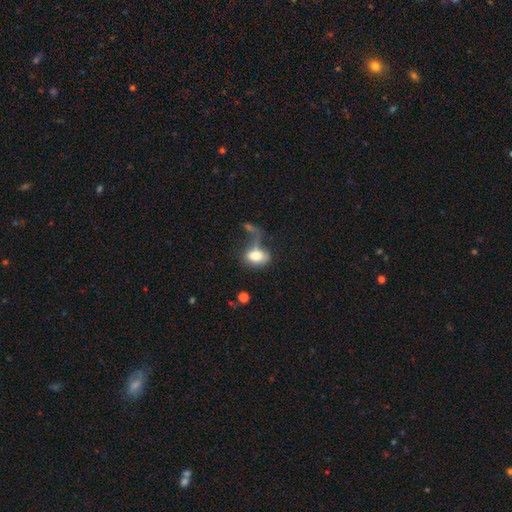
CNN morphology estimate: smooth-or-featured: smooth: 75% | featured or disk: 17% | star or artifact: 8%
  how-rounded: in between: 82% | round: 16% | cigar-shaped: 3%
  merging: major disturbance: 39% | none: 23% | merger: 21% | minor disturbance: 17%